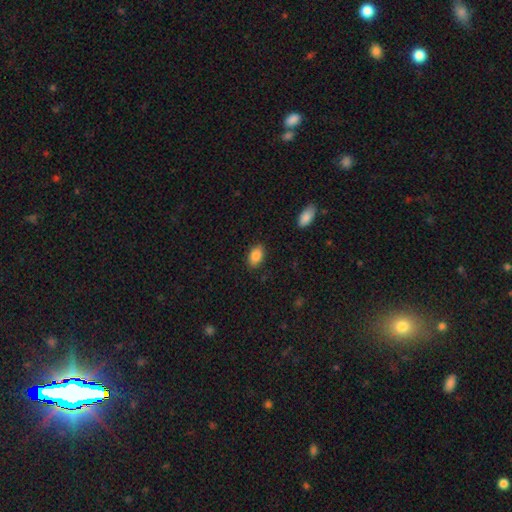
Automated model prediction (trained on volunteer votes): The model was most divided on "merging": none: 87%, minor disturbance: 9%, major disturbance: 2%, merger: 1%. More confident: how rounded — in between (91%); smooth or featured — smooth (87%).